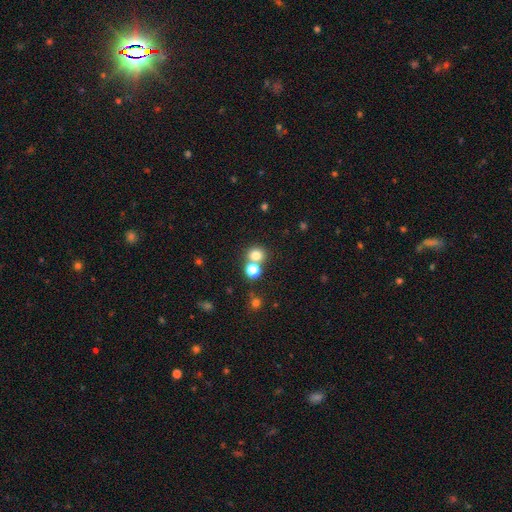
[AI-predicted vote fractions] Smooth or featured? Predicted: smooth (p=0.76). How rounded? Predicted: round (p=0.85). Merging? Predicted: none (p=0.63).